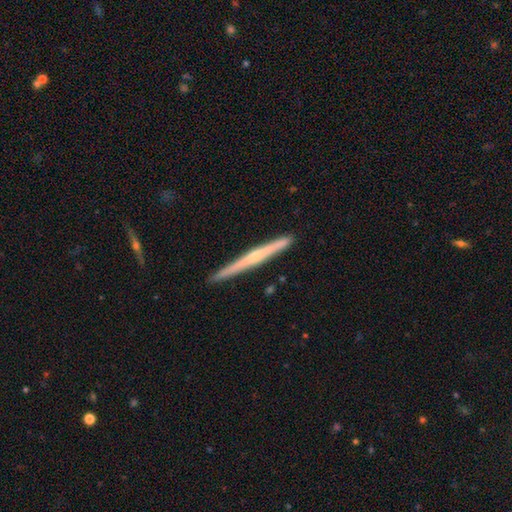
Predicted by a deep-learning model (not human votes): Smooth or featured? Predicted: featured or disk (p=0.65). Edge-on disk? Predicted: yes (p=0.98). Edge-on bulge? Predicted: rounded (p=0.53). Merging? Predicted: none (p=0.91).